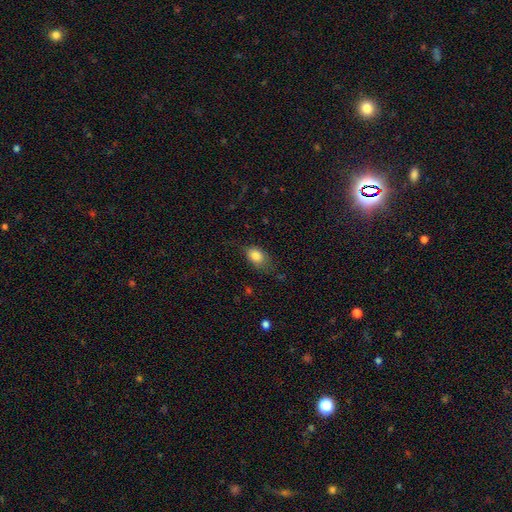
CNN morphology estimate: This appears to be a smooth galaxy with no disk features (82%) that is in between round and cigar-shaped (80%). Merging: none (60%).